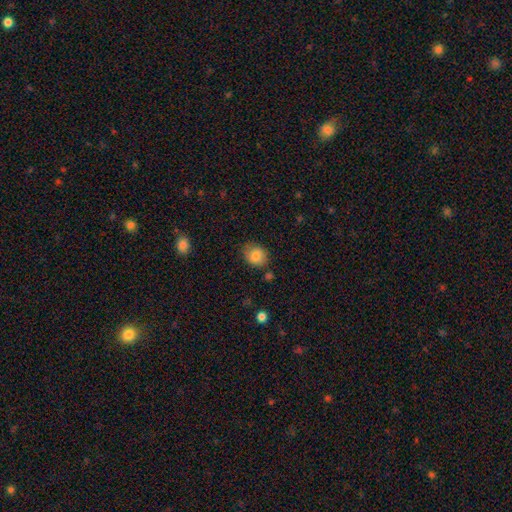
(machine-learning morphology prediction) Smooth or featured?
  - smooth: 83% *
  - star or artifact: 9%
  - featured or disk: 8%
How rounded?
  - round: 54% *
  - in between: 45%
  - cigar-shaped: 1%
Merging?
  - none: 75% *
  - minor disturbance: 18%
  - major disturbance: 4%
  - merger: 3%